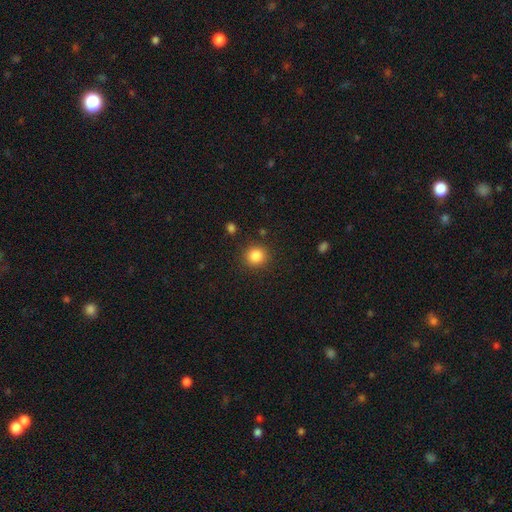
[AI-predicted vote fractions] Smooth or featured?
  - smooth: 85% *
  - star or artifact: 11%
  - featured or disk: 4%
How rounded?
  - round: 91% *
  - in between: 8%
  - cigar-shaped: 1%
Merging?
  - none: 88% *
  - minor disturbance: 7%
  - major disturbance: 3%
  - merger: 2%